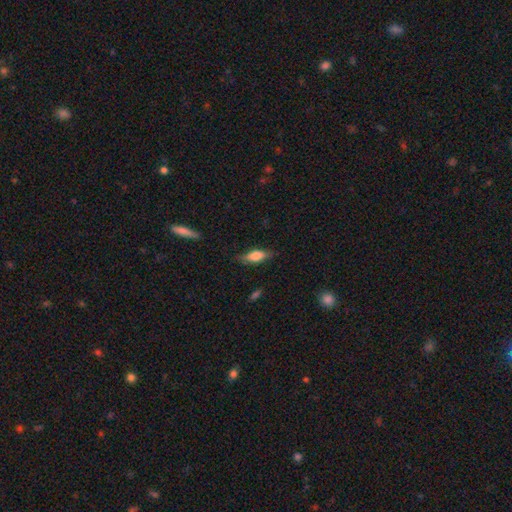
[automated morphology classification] The model was most divided on "how rounded": in between: 65%, cigar-shaped: 31%, round: 3%. More confident: merging — none (75%); smooth or featured — smooth (67%).